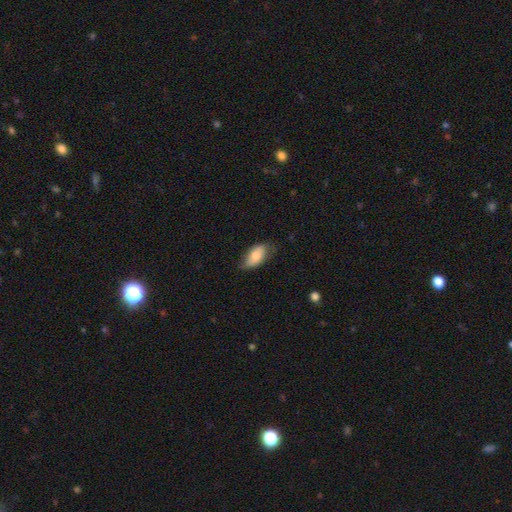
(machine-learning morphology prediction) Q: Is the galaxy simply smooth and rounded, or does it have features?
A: smooth — 72%.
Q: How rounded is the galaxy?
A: in between — 92%.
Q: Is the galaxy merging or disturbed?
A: none — 60%.